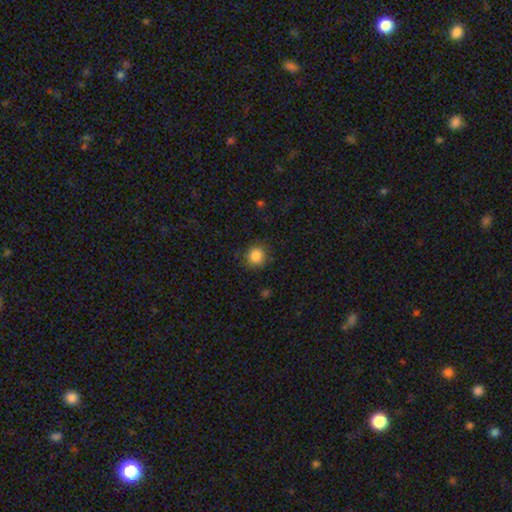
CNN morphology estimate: smooth-or-featured: smooth: 86% | star or artifact: 10% | featured or disk: 4%
  how-rounded: round: 91% | in between: 8% | cigar-shaped: 1%
  merging: none: 86% | minor disturbance: 10% | major disturbance: 3% | merger: 1%